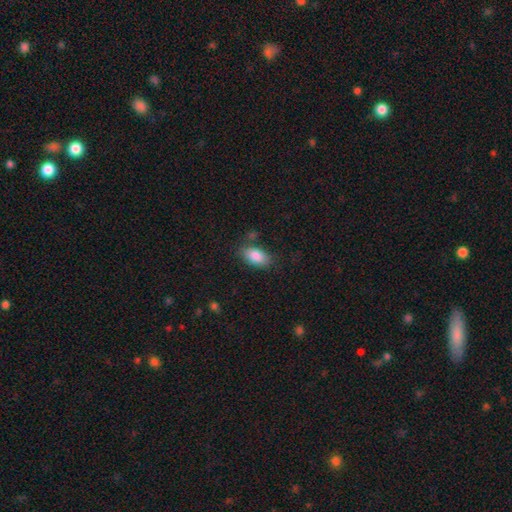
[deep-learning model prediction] Smooth or featured: smooth — 86% (star or artifact — 7%)
How rounded: in between — 91% (round — 6%)
Merging: none — 73% (minor disturbance — 16%)